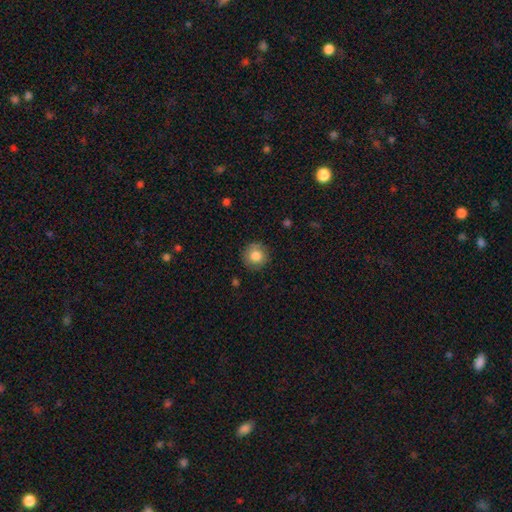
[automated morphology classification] Smooth or featured: smooth — 81% (featured or disk — 10%)
How rounded: round — 93% (in between — 6%)
Merging: none — 87% (minor disturbance — 10%)